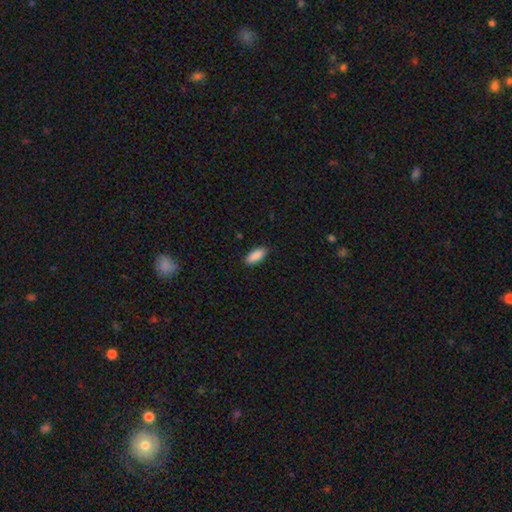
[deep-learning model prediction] Smooth or featured: smooth — 90% (star or artifact — 6%)
How rounded: in between — 80% (cigar-shaped — 18%)
Merging: none — 88% (minor disturbance — 9%)